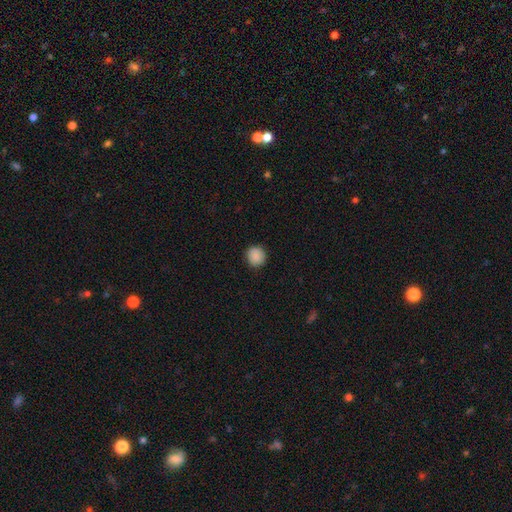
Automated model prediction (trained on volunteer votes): smooth 89%, star or artifact 8%, featured or disk 3%. Down the decision tree: how rounded — round (91%); merging — none (90%).